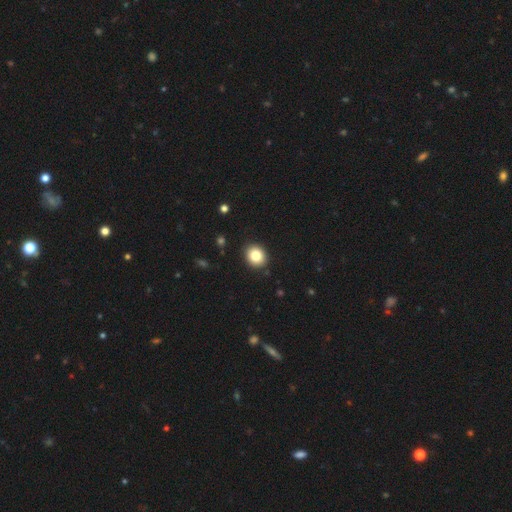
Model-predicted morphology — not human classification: smooth-or-featured: smooth: 83% | star or artifact: 10% | featured or disk: 7%
  how-rounded: round: 68% | in between: 31% | cigar-shaped: 1%
  merging: none: 91% | minor disturbance: 6% | major disturbance: 2% | merger: 1%